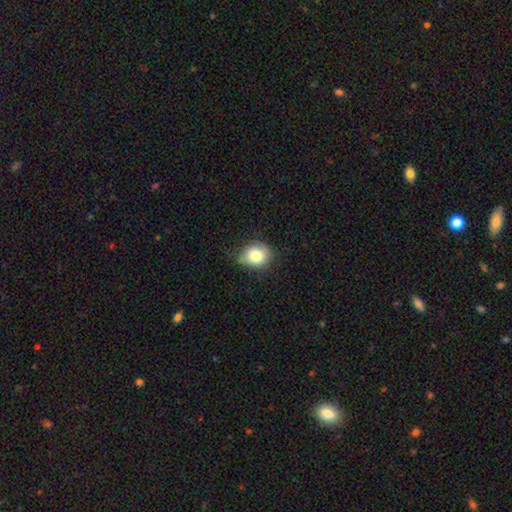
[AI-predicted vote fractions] Smooth or featured?
  - smooth: 80% *
  - star or artifact: 10%
  - featured or disk: 10%
How rounded?
  - round: 69% *
  - in between: 30%
  - cigar-shaped: 1%
Merging?
  - none: 67% *
  - minor disturbance: 26%
  - major disturbance: 5%
  - merger: 1%